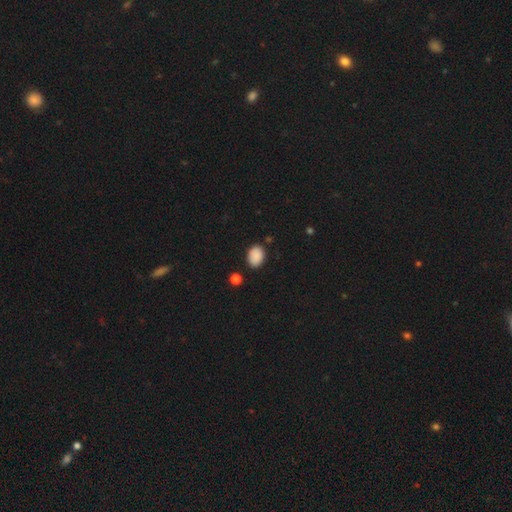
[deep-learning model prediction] Overall: smooth (89%). How rounded: in between (79%). Merging: none (83%).